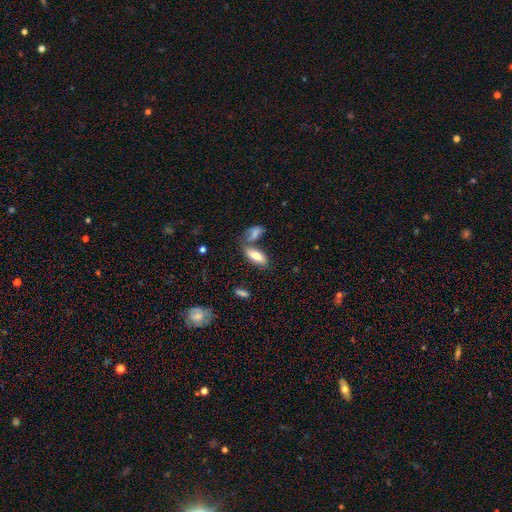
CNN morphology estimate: Q: Smooth or featured?
A: smooth (76%); runner-up: featured or disk (17%)
Q: How rounded?
A: in between (78%); runner-up: cigar-shaped (20%)
Q: Merging?
A: none (51%); runner-up: merger (32%)